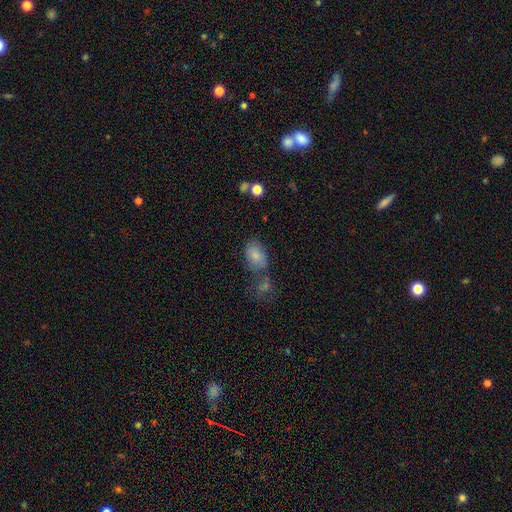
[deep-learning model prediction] Smooth or featured: smooth — 80% (featured or disk — 11%)
How rounded: in between — 85% (round — 14%)
Merging: none — 57% (minor disturbance — 19%)